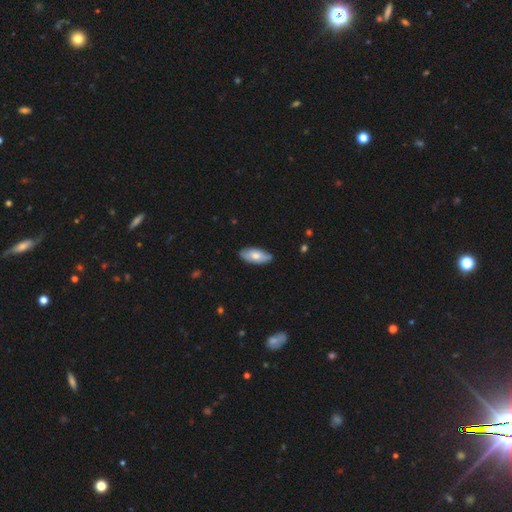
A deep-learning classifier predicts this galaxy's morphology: This is likely a smooth galaxy (65%). How rounded: clearly in between (90%). Merging: clearly none (81%).